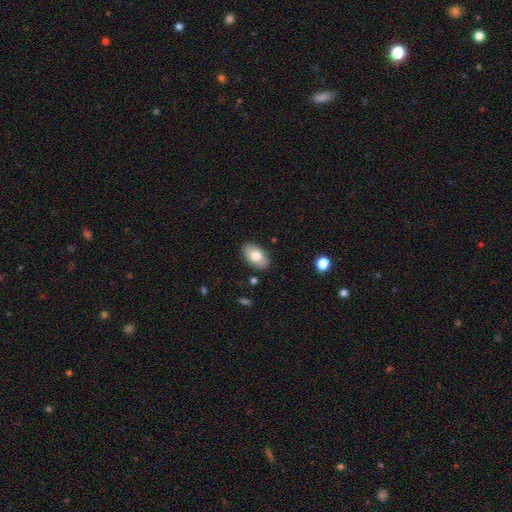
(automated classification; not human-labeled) This appears to be a smooth galaxy with no disk features (76%) that is in between round and cigar-shaped (93%). Merging: none (87%).